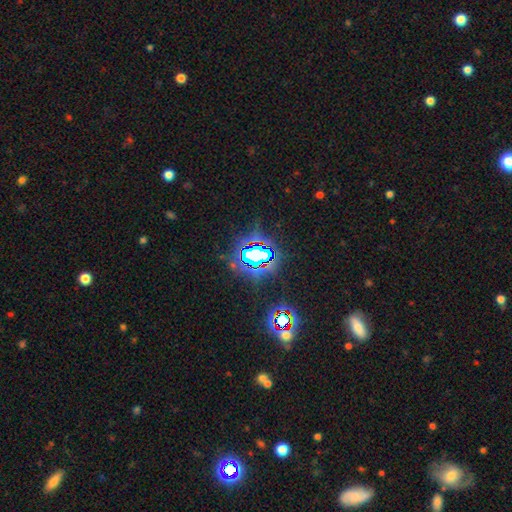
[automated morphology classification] A star or artifact, not a galaxy (75%).

Vote fractions:
- Smooth or featured? star or artifact: 75% / smooth: 14% / featured or disk: 11%